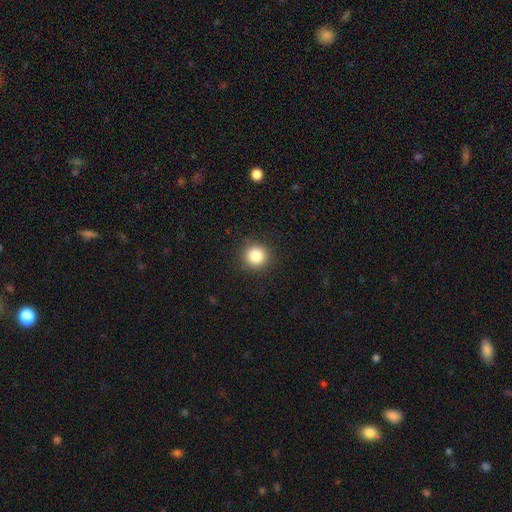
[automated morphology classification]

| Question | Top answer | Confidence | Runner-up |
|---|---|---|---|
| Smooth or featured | smooth | 84% | star or artifact (11%) |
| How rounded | round | 93% | in between (6%) |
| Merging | none | 91% | minor disturbance (6%) |